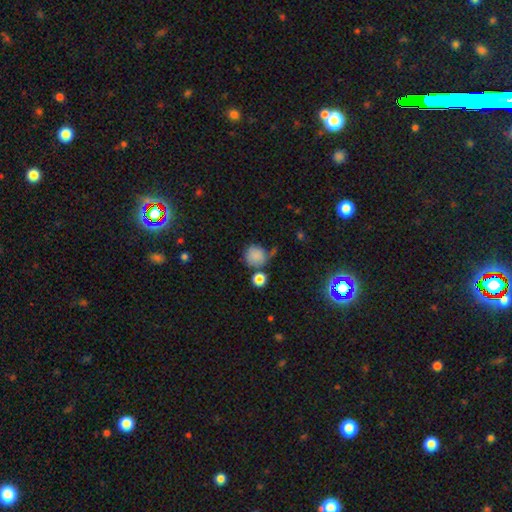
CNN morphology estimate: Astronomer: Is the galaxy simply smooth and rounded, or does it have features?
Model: smooth — 83%.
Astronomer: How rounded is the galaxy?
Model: round — 87%.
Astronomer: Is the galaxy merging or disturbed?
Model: none — 56%.